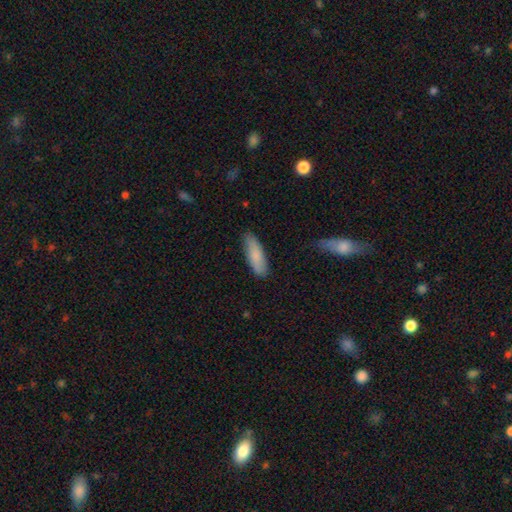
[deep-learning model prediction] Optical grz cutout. It shows a smooth galaxy with no disk features (83%) that is in between round and cigar-shaped (54%). Merging: none (82%).